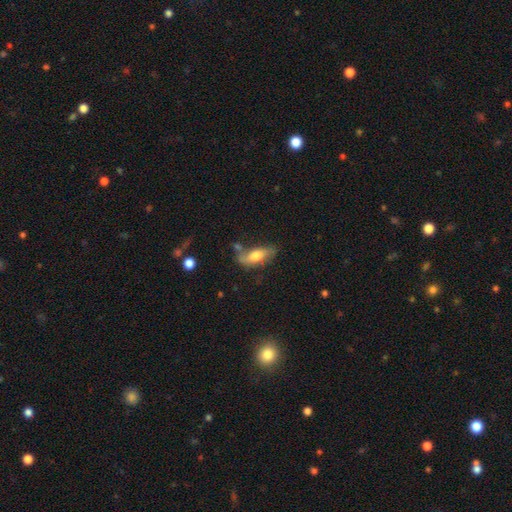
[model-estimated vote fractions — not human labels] Smooth or featured: smooth — 63% (featured or disk — 30%)
How rounded: in between — 71% (cigar-shaped — 26%)
Merging: none — 57% (minor disturbance — 24%)